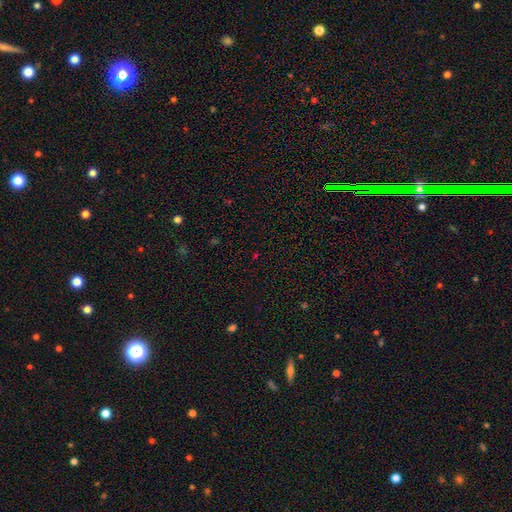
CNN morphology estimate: This appears to be a star or artifact, not a galaxy (63%).